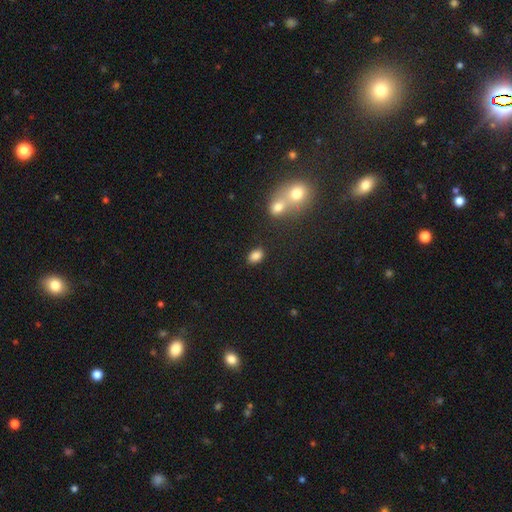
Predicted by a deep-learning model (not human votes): smooth 85%, star or artifact 10%, featured or disk 5%. Down the decision tree: how rounded — in between (83%); merging — none (80%).